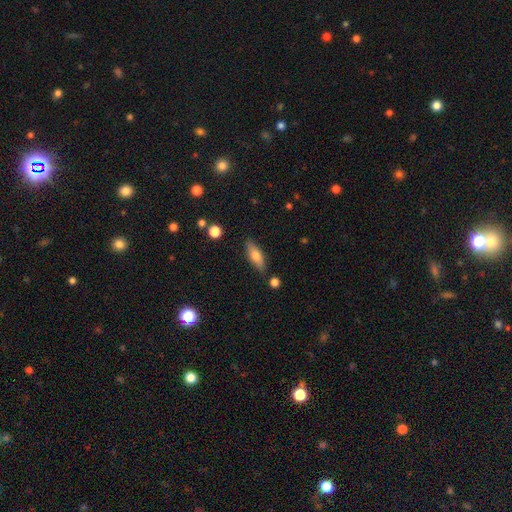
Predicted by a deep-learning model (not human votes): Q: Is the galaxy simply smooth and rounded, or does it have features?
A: smooth — 67%.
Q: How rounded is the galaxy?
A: in between — 60%.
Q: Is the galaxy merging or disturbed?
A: none — 83%.